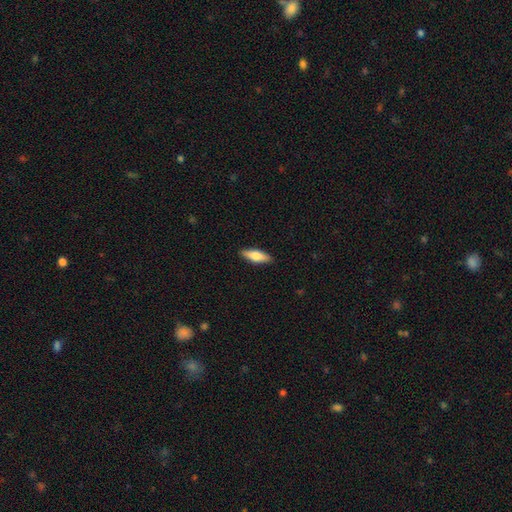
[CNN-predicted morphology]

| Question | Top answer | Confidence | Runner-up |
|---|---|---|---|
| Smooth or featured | smooth | 71% | featured or disk (24%) |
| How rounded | in between | 58% | cigar-shaped (40%) |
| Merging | none | 89% | minor disturbance (8%) |